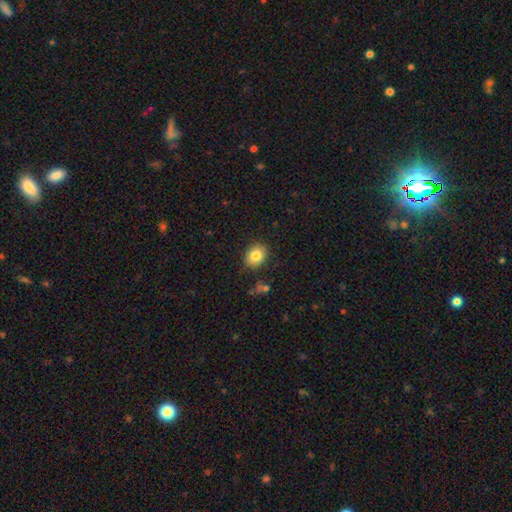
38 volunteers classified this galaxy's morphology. smooth_or_featured: smooth (p=0.89) [alt: featured or disk p=0.05]
how_rounded: round (p=0.59) [alt: in between p=0.41]
merging: none (p=0.81) [alt: minor disturbance p=0.14]